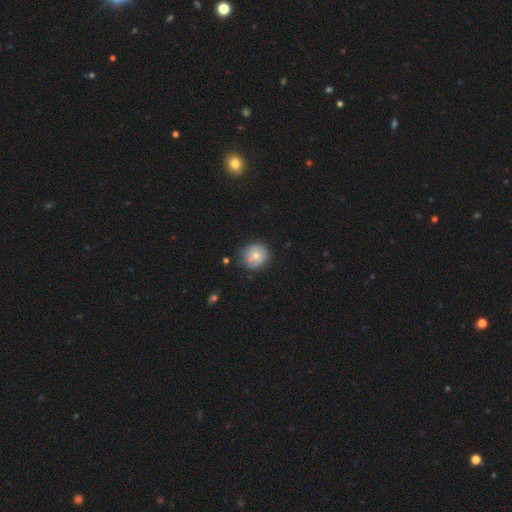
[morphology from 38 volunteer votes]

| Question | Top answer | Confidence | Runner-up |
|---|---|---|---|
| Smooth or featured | smooth | 76% | featured or disk (18%) |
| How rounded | round | 97% | in between (3%) |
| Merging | none | 89% | minor disturbance (6%) |